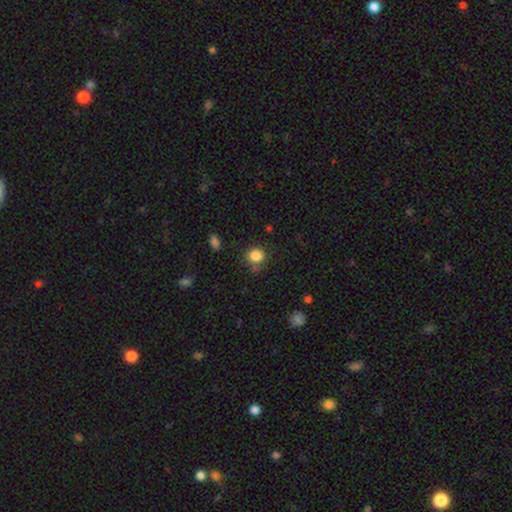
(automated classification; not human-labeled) Smooth or featured: smooth — 85% (star or artifact — 11%)
How rounded: round — 78% (in between — 21%)
Merging: none — 77% (minor disturbance — 12%)